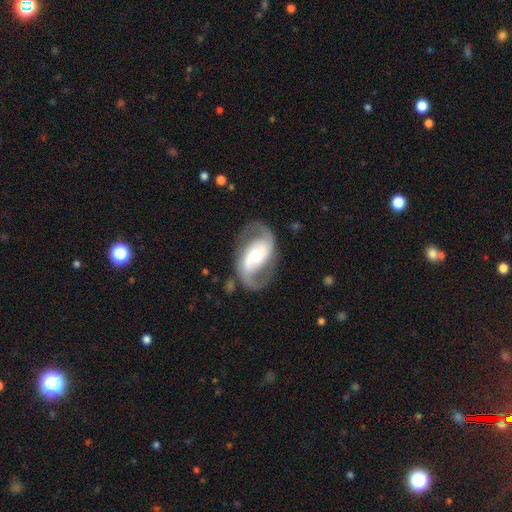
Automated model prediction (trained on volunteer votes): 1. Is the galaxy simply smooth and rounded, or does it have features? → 88% featured or disk, 8% smooth, 4% star or artifact.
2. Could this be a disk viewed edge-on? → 97% no, 3% yes.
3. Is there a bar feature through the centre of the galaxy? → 36% weak, 35% no, 29% strong.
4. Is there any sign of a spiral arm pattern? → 95% yes, 5% no.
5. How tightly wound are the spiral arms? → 46% medium, 39% loose, 15% tight.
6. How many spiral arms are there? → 92% 2, 3% can't tell, 2% 1, 1% 3, 1% 4, 1% more than 4.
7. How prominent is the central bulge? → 62% moderate, 24% small, 11% large, 2% dominant, 1% none.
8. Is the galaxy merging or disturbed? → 77% none, 13% minor disturbance, 8% major disturbance, 2% merger.